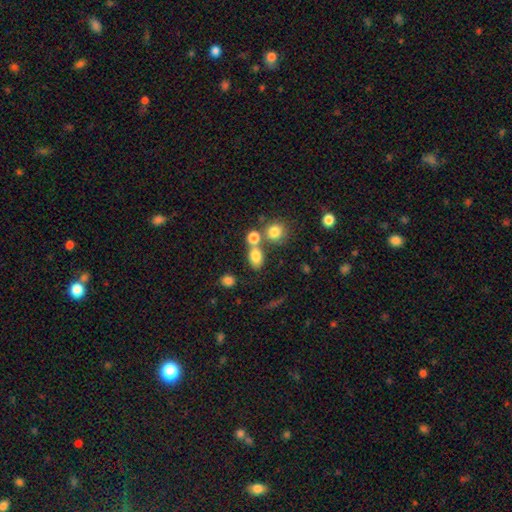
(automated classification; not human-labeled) smooth-or-featured: smooth: 78% | star or artifact: 13% | featured or disk: 9%
  how-rounded: in between: 65% | round: 32% | cigar-shaped: 2%
  merging: none: 50% | merger: 34% | minor disturbance: 10% | major disturbance: 5%